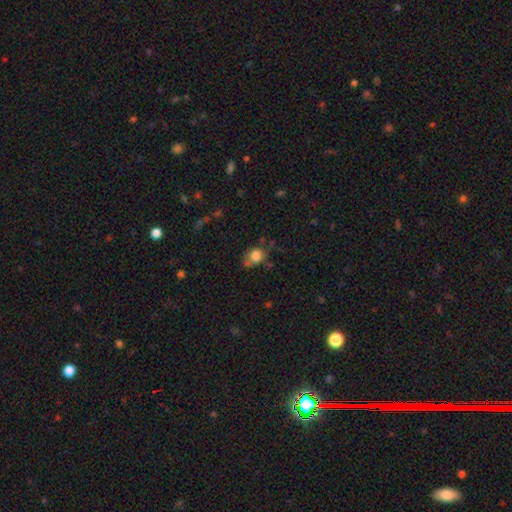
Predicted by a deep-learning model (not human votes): Smooth or featured? smooth (77%)
How rounded? in between (53%)
Merging? none (47%)